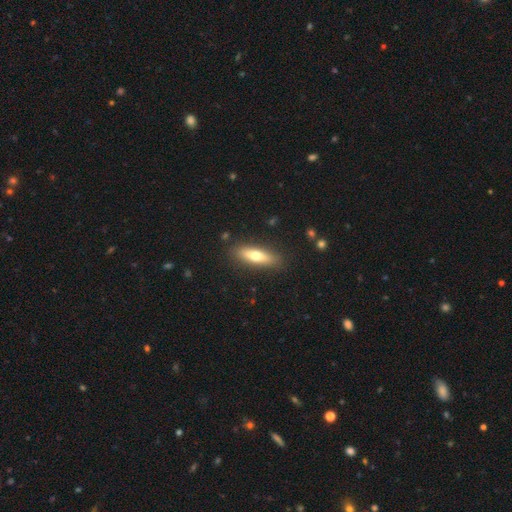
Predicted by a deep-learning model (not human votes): Smooth or featured? smooth (63%)
How rounded? cigar-shaped (57%)
Merging? none (87%)